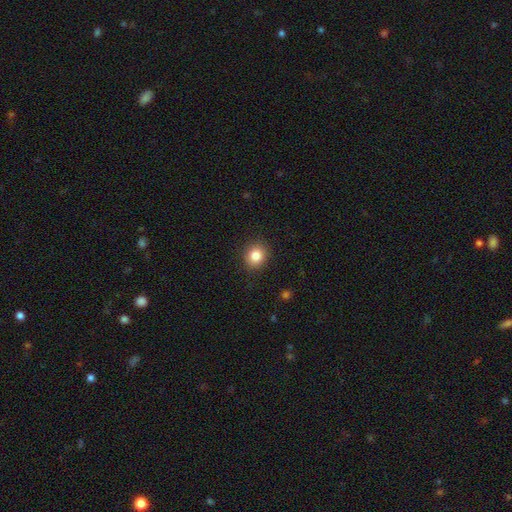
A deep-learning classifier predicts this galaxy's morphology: Smooth or featured: smooth — 84% (star or artifact — 10%)
How rounded: round — 73% (in between — 26%)
Merging: none — 90% (minor disturbance — 7%)